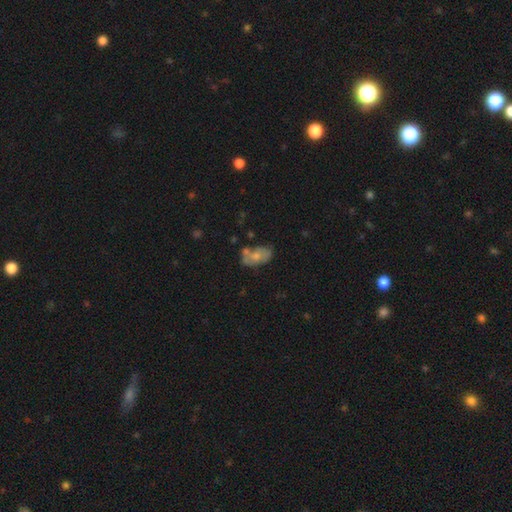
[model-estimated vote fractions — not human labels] Smooth or featured? smooth (55%)
How rounded? in between (89%)
Merging? none (45%)